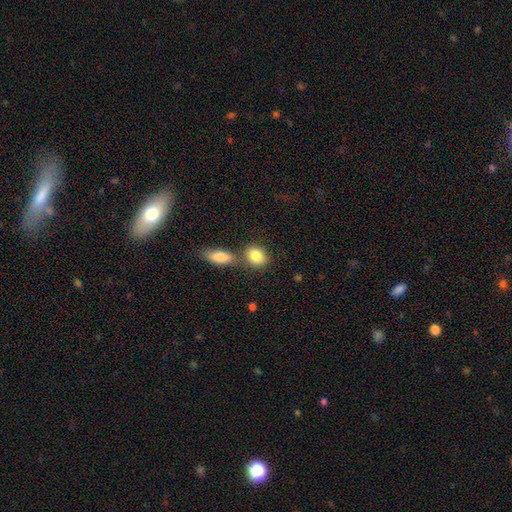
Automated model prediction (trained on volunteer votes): smooth 85%, featured or disk 7%, star or artifact 7%. Down the decision tree: how rounded — in between (59%); merging — none (54%).